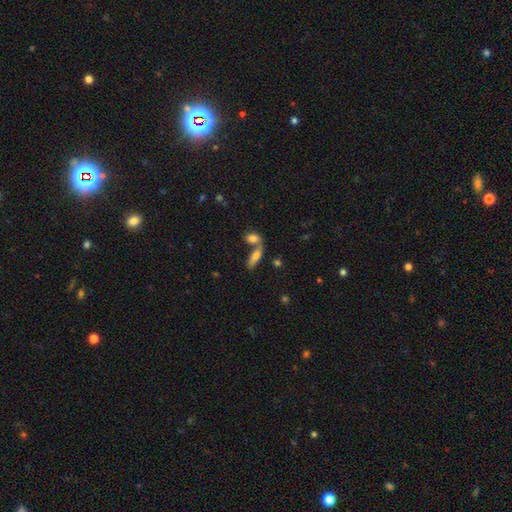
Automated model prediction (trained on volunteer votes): A smooth galaxy with no disk features (68%) that is in between round and cigar-shaped (59%). Merging: merger (47%).